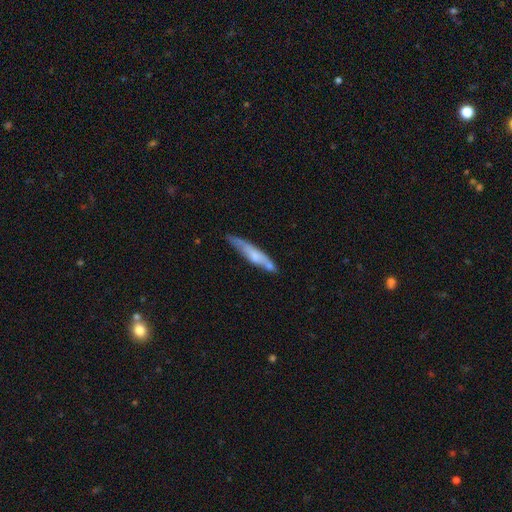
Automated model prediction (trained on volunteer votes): This is possibly a smooth galaxy (49%). Merging: likely none (62%).